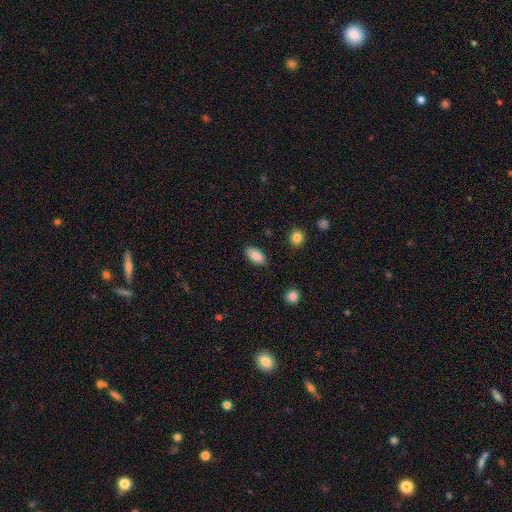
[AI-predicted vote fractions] Overall: smooth (88%). How rounded: in between (93%). Merging: none (86%).